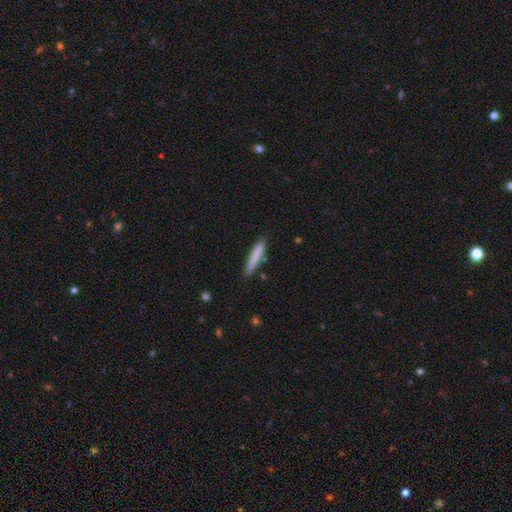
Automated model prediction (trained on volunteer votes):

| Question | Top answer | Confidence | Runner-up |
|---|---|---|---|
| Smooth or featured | smooth | 79% | featured or disk (15%) |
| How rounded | cigar-shaped | 94% | in between (5%) |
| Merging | none | 85% | minor disturbance (11%) |